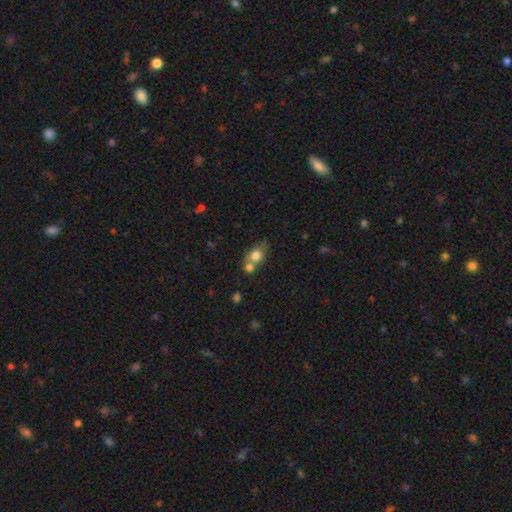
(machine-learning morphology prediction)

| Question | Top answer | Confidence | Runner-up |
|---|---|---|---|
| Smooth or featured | smooth | 76% | featured or disk (14%) |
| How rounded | round | 55% | in between (43%) |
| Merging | merger | 44% | none (40%) |